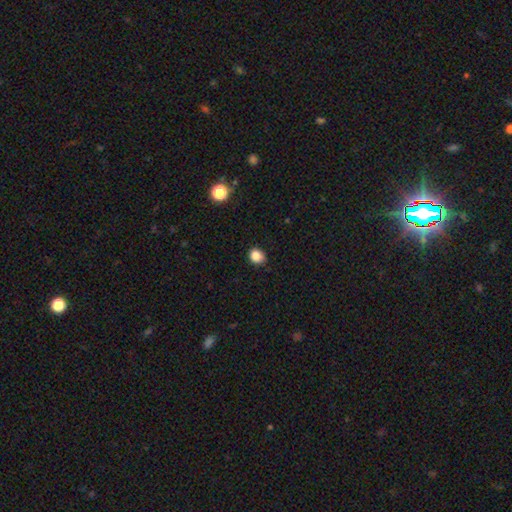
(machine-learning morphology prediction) Smooth or featured?
  - smooth: 84% *
  - star or artifact: 12%
  - featured or disk: 4%
How rounded?
  - round: 70% *
  - in between: 29%
  - cigar-shaped: 1%
Merging?
  - none: 84% *
  - minor disturbance: 12%
  - major disturbance: 2%
  - merger: 1%